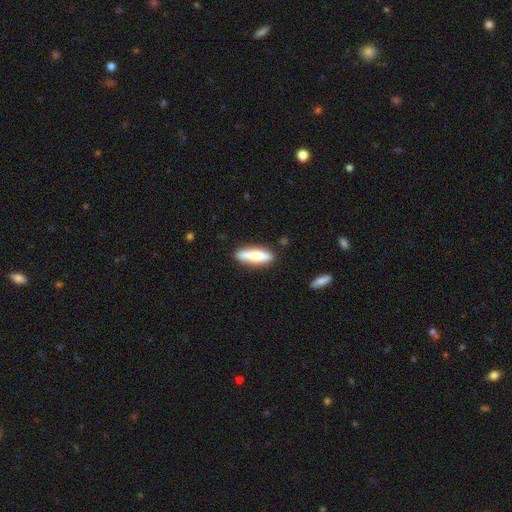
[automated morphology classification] Smooth or featured: smooth — 71% (featured or disk — 23%)
How rounded: cigar-shaped — 67% (in between — 31%)
Merging: none — 84% (minor disturbance — 11%)